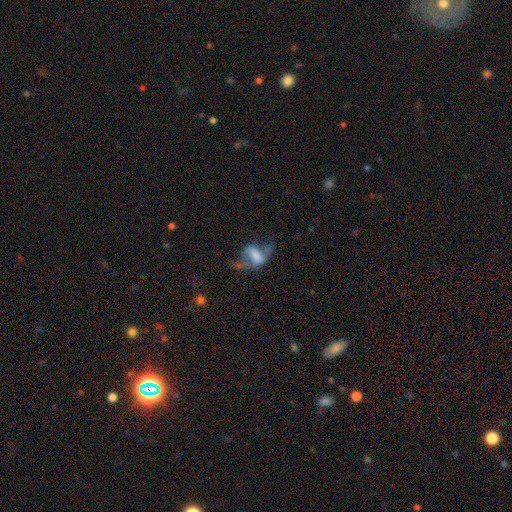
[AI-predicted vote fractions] smooth_or_featured: featured or disk (p=0.47) [alt: smooth p=0.41]
merging: major disturbance (p=0.52) [alt: none p=0.22]